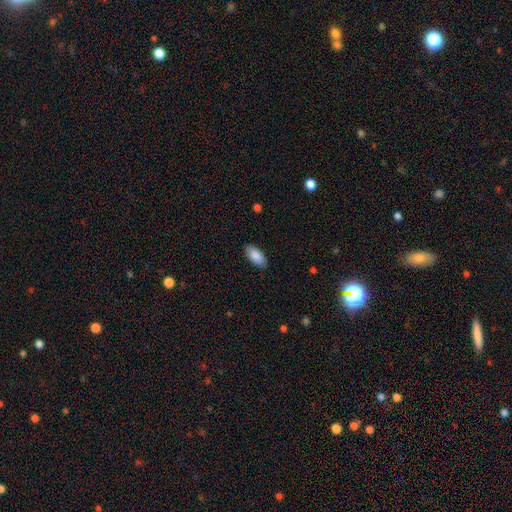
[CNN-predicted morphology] Smooth or featured? Predicted: smooth (p=0.89). How rounded? Predicted: in between (p=0.91). Merging? Predicted: none (p=0.88).